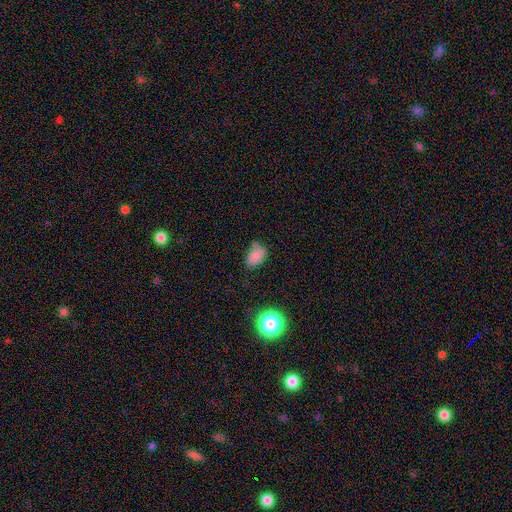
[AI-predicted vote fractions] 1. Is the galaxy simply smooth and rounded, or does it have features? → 78% smooth, 15% star or artifact, 7% featured or disk.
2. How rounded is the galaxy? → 87% in between, 12% round, 2% cigar-shaped.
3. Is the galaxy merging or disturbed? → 56% none, 27% minor disturbance, 9% merger, 8% major disturbance.